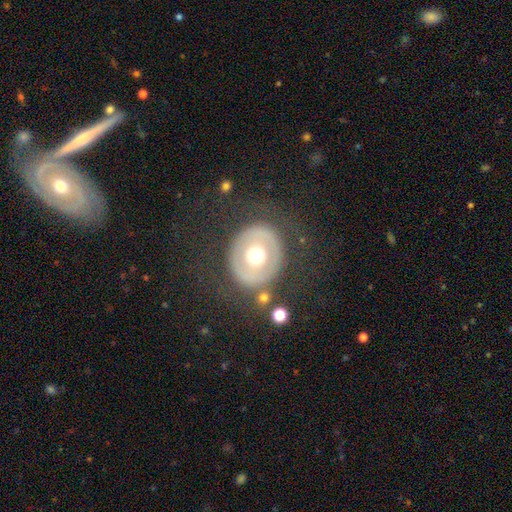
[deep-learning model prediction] A featured or disk galaxy (50%).

Vote fractions:
- Smooth or featured? featured or disk: 50% / smooth: 42% / star or artifact: 8%
- Merging? none: 74% / minor disturbance: 12% / major disturbance: 11% / merger: 3%